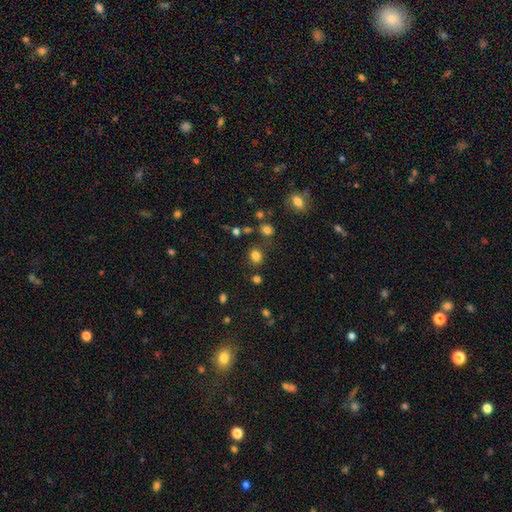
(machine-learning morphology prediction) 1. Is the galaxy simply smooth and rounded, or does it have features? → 80% smooth, 15% star or artifact, 5% featured or disk.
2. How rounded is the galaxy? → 67% round, 32% in between, 1% cigar-shaped.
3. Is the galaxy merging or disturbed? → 80% none, 10% minor disturbance, 6% merger, 4% major disturbance.